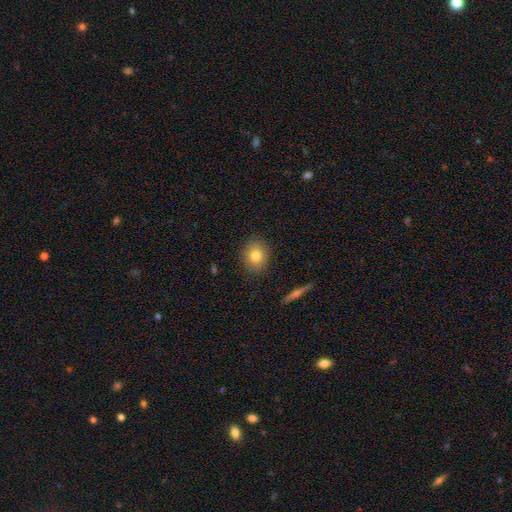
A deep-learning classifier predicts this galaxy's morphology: This is likely a smooth galaxy (78%). How rounded: likely round (68%). Merging: clearly none (88%).